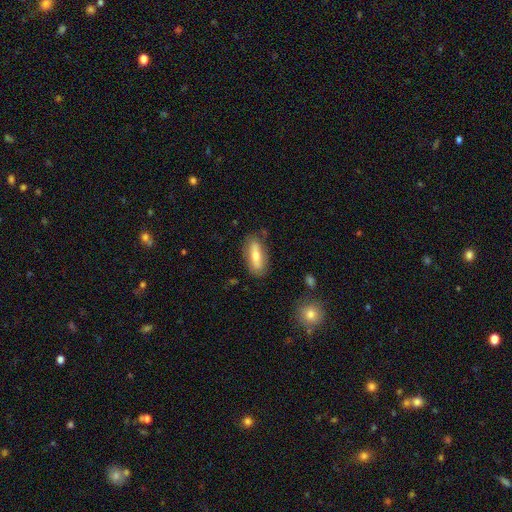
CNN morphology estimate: A smooth galaxy with no disk features (61%) that is in between round and cigar-shaped (60%). Merging: none (81%).